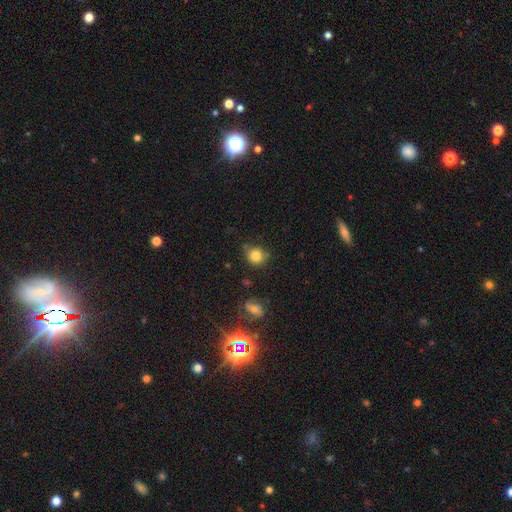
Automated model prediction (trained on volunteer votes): Smooth or featured?
  - smooth: 81% *
  - star or artifact: 11%
  - featured or disk: 8%
How rounded?
  - round: 84% *
  - in between: 15%
  - cigar-shaped: 1%
Merging?
  - none: 71% *
  - minor disturbance: 20%
  - major disturbance: 5%
  - merger: 4%